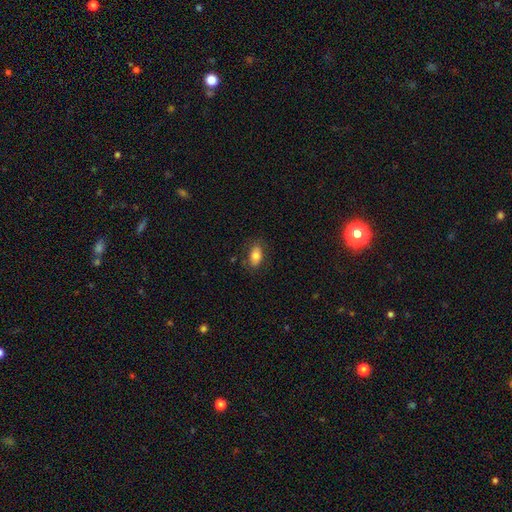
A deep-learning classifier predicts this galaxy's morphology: smooth 79%, featured or disk 13%, star or artifact 8%. Down the decision tree: how rounded — in between (90%); merging — none (78%).